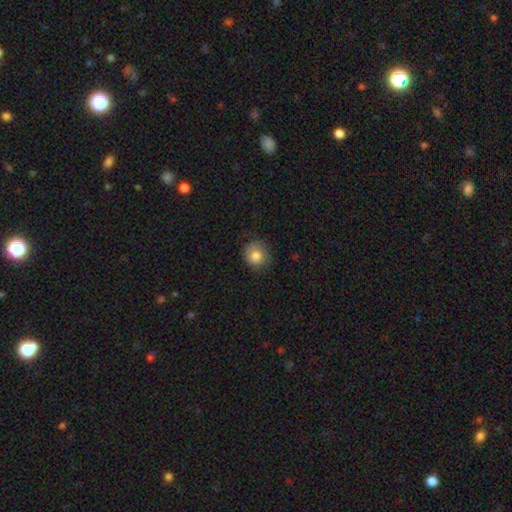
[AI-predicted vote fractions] smooth_or_featured: smooth (p=0.81) [alt: featured or disk p=0.10]
how_rounded: round (p=0.85) [alt: in between p=0.14]
merging: none (p=0.74) [alt: minor disturbance p=0.20]